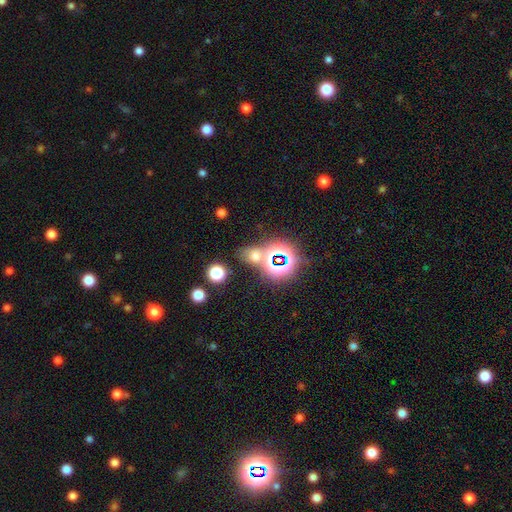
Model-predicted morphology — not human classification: smooth 49%, star or artifact 43%, featured or disk 9%. Down the decision tree: merging — none (61%).